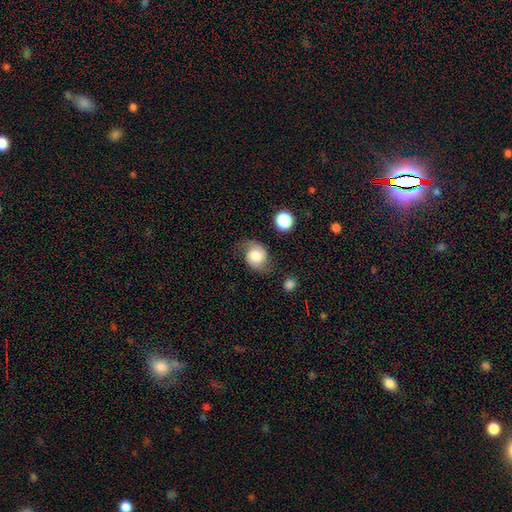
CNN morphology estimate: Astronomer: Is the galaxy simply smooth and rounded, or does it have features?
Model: smooth — 55% (runner-up: featured or disk, 36%).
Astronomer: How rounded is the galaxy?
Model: round — 60% (runner-up: in between, 39%).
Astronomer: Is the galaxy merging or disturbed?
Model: none — 56%.